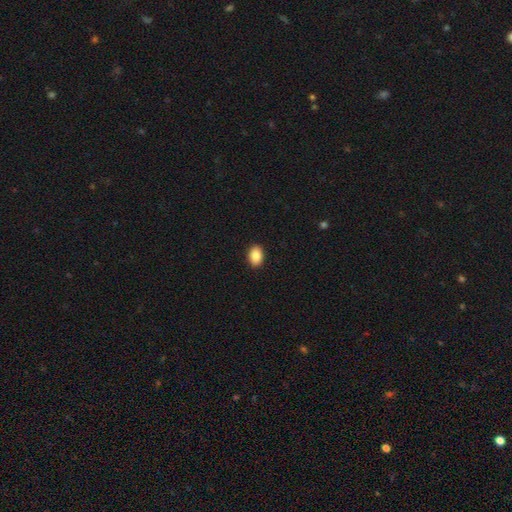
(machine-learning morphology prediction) The model was most divided on "how rounded": in between: 83%, round: 16%, cigar-shaped: 1%. More confident: merging — none (91%); smooth or featured — smooth (89%).